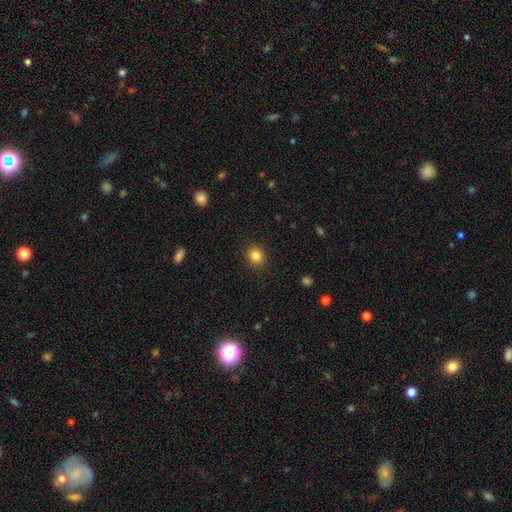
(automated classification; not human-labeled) Q: Smooth or featured?
A: smooth (84%); runner-up: star or artifact (11%)
Q: How rounded?
A: round (77%); runner-up: in between (22%)
Q: Merging?
A: none (90%); runner-up: minor disturbance (7%)